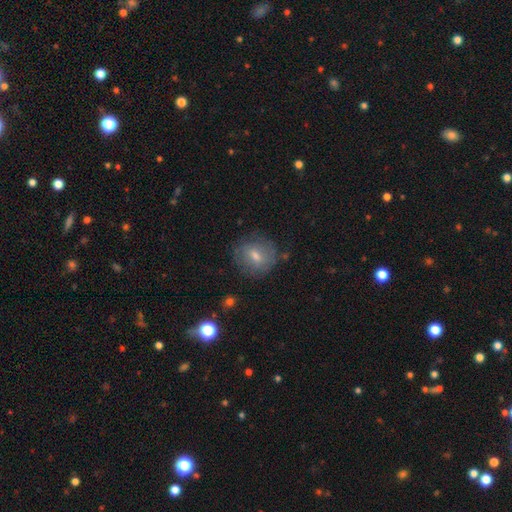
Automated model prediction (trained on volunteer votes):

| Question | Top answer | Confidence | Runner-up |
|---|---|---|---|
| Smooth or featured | smooth | 57% | featured or disk (30%) |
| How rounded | round | 71% | in between (28%) |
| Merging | none | 76% | minor disturbance (16%) |